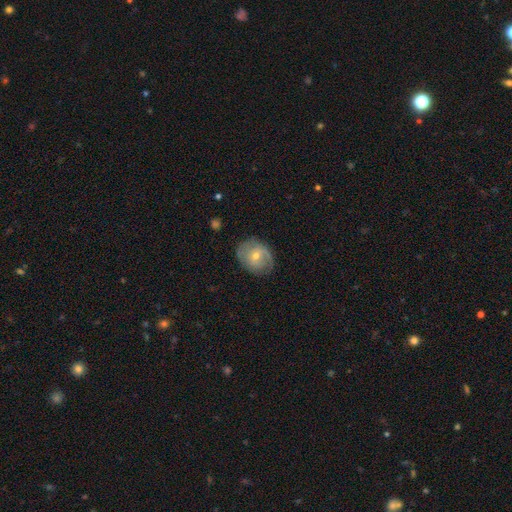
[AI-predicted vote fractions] Smooth or featured? featured or disk (61%)
Edge-on disk? no (96%)
Bar? no (63%)
Spiral arms? yes (80%)
Bulge size? small (52%)
Merging? none (72%)